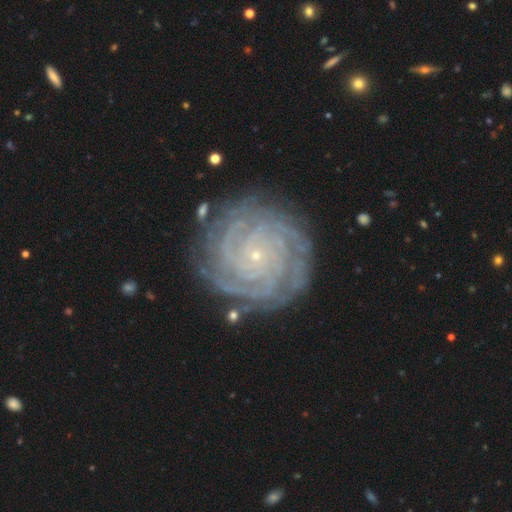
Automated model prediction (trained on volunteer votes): smooth_or_featured: featured or disk (p=0.90) [alt: star or artifact p=0.06]
disk_edge_on: no (p=0.98) [alt: yes p=0.02]
bar: no (p=0.81) [alt: weak p=0.12]
has_spiral_arms: yes (p=0.98) [alt: no p=0.02]
spiral_winding: tight (p=0.88) [alt: medium p=0.10]
spiral_arm_count: 4 (p=0.26) [alt: more than 4 p=0.25]
bulge_size: small (p=0.91) [alt: moderate p=0.05]
merging: none (p=0.82) [alt: minor disturbance p=0.13]